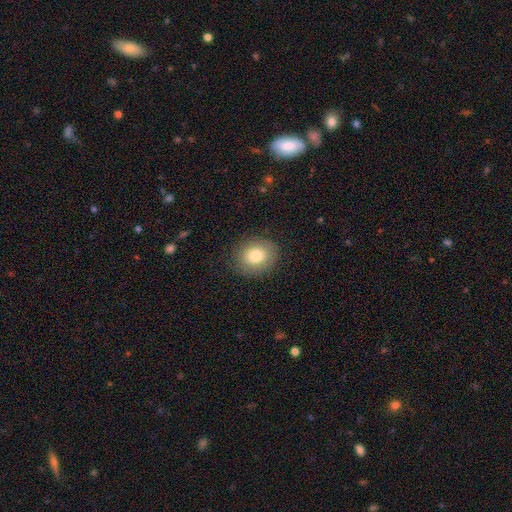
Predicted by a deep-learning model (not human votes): A smooth galaxy with no disk features (80%) that is round (63%). Merging: none (86%).